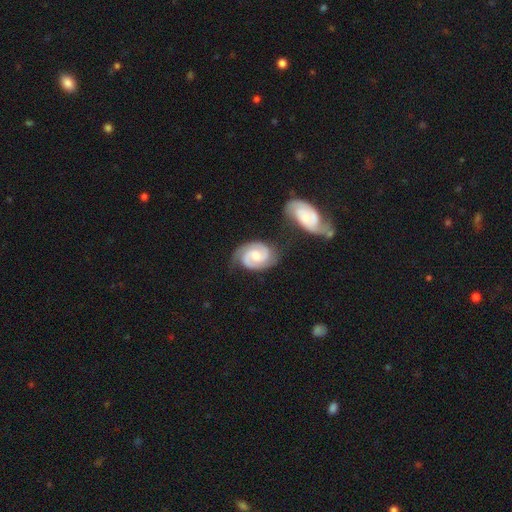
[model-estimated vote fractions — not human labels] Smooth or featured? Predicted: featured or disk (p=0.88). Edge-on disk? Predicted: no (p=0.98). Bar? Predicted: no (p=0.50). Spiral arms? Predicted: yes (p=0.98). Spiral winding? Predicted: tight (p=0.51). Spiral arm count? Predicted: 2 (p=0.92). Bulge size? Predicted: moderate (p=0.48). Merging? Predicted: none (p=0.70).